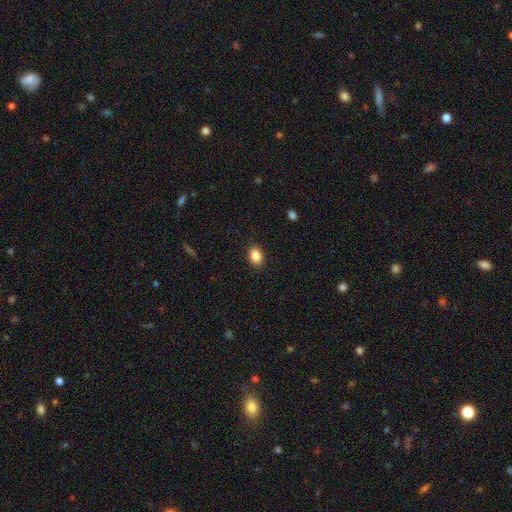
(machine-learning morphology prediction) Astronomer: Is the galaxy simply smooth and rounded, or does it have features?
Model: smooth — 86%.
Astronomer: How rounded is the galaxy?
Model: in between — 74%.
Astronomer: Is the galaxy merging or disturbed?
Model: none — 89%.